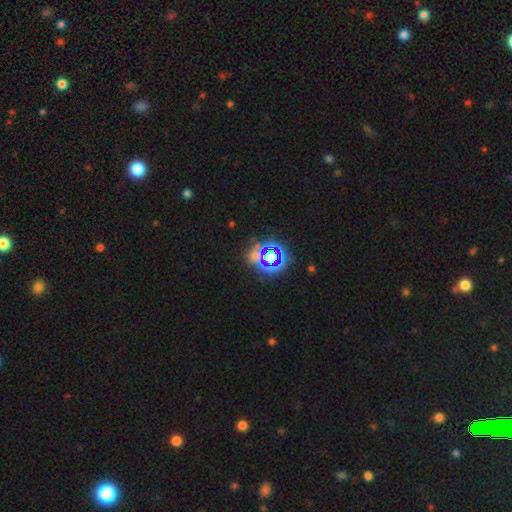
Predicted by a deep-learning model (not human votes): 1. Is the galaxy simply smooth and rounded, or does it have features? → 62% star or artifact, 27% smooth, 11% featured or disk.